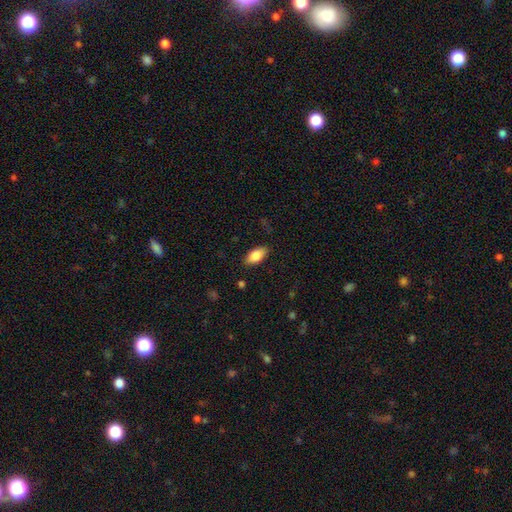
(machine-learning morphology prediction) A smooth galaxy with no disk features (85%) that is in between round and cigar-shaped (92%).

Vote fractions:
- Smooth or featured? smooth: 85% / featured or disk: 9% / star or artifact: 7%
- How rounded? in between: 92% / cigar-shaped: 5% / round: 3%
- Merging? none: 85% / minor disturbance: 11% / major disturbance: 3% / merger: 1%